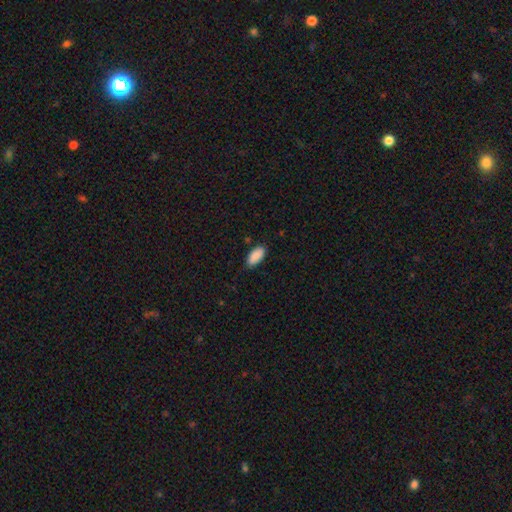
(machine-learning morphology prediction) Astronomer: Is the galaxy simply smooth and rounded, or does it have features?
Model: smooth — 90%.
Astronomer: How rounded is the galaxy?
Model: in between — 92%.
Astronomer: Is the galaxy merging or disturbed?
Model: none — 82%.